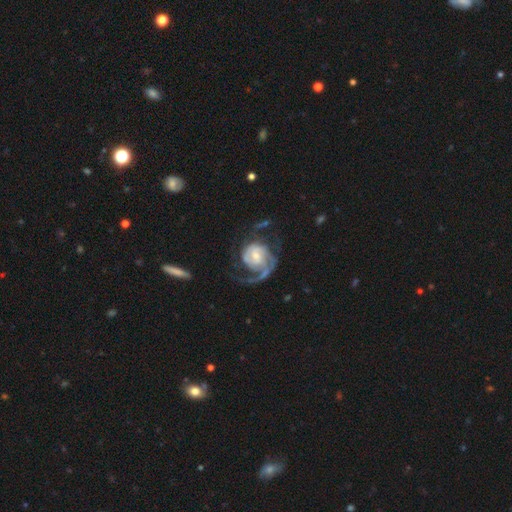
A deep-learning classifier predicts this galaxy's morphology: This appears to be a featured or disk galaxy (85%) with no bar (51%), 1 (41%) tight (40%) spiral arms (95%) and a small central bulge (41%). Merging: none (45%).